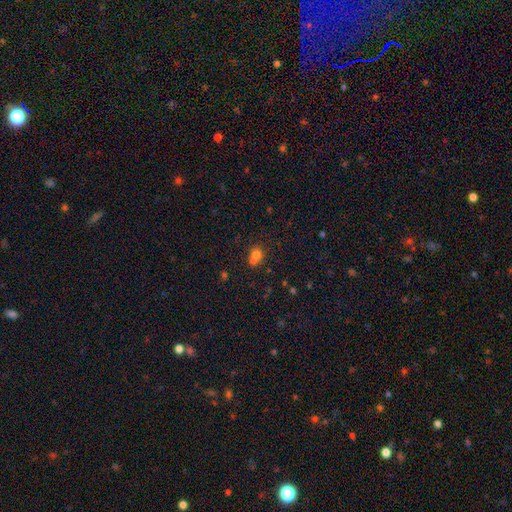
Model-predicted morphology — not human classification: smooth 70%, star or artifact 17%, featured or disk 13%. Down the decision tree: how rounded — round (80%); merging — merger (54%).